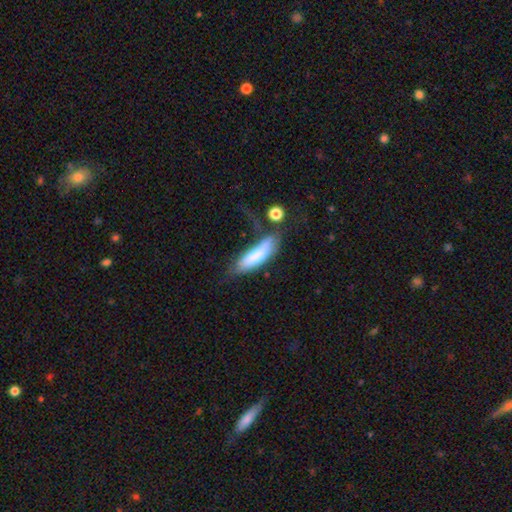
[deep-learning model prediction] Morphology: type=smooth (70%); roundness=cigar-shaped (60%); merging=none (32%).